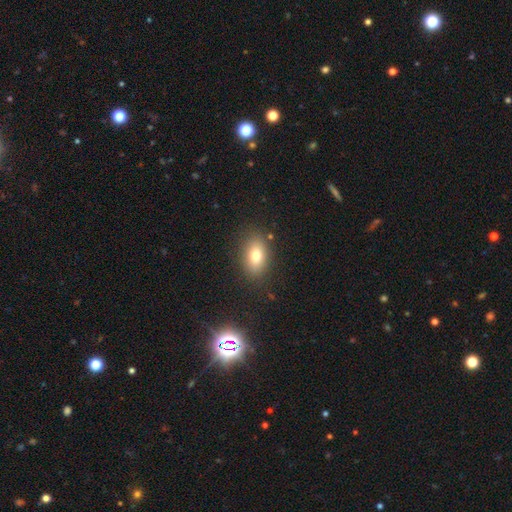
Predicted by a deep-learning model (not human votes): A smooth galaxy with no disk features (76%) that is in between round and cigar-shaped (83%). Merging: none (84%).